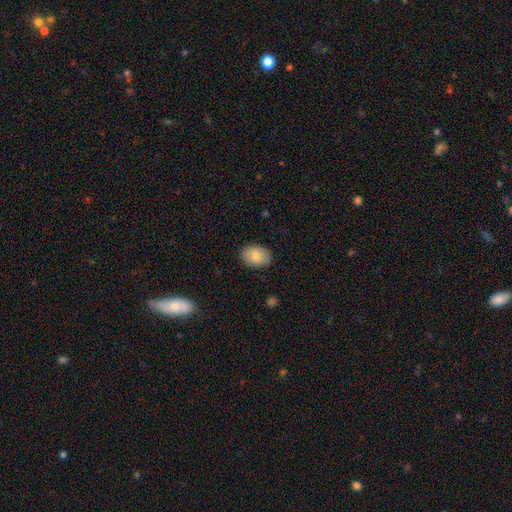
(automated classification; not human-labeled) Smooth or featured: smooth — 82% (featured or disk — 12%)
How rounded: in between — 81% (round — 18%)
Merging: none — 86% (minor disturbance — 10%)